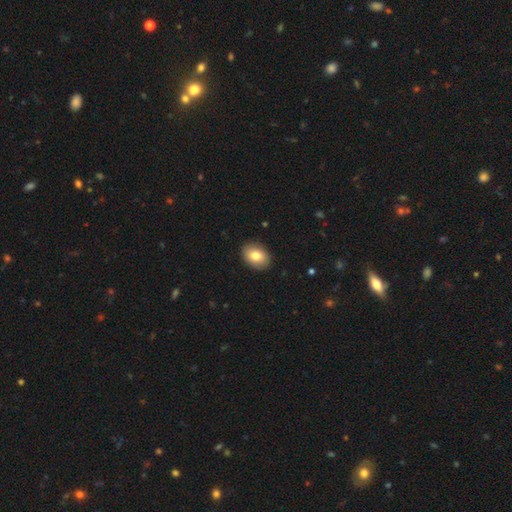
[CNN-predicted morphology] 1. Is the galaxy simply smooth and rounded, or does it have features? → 80% smooth, 13% featured or disk, 7% star or artifact.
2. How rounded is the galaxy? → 72% in between, 27% round, 1% cigar-shaped.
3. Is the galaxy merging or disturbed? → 90% none, 7% minor disturbance, 2% major disturbance, 1% merger.